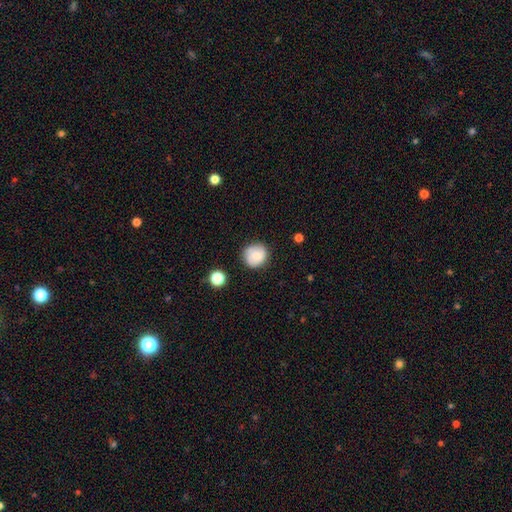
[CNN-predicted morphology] Smooth or featured?
  - smooth: 79% *
  - featured or disk: 12%
  - star or artifact: 9%
How rounded?
  - round: 88% *
  - in between: 11%
  - cigar-shaped: 1%
Merging?
  - none: 81% *
  - minor disturbance: 14%
  - major disturbance: 3%
  - merger: 2%